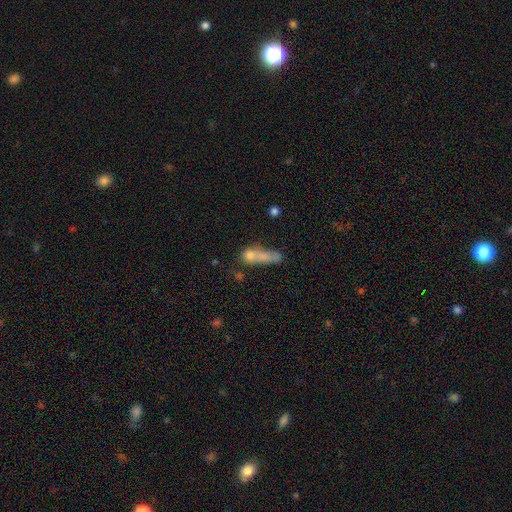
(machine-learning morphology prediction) type=smooth (65%); roundness=cigar-shaped (56%); merging=merger (36%).